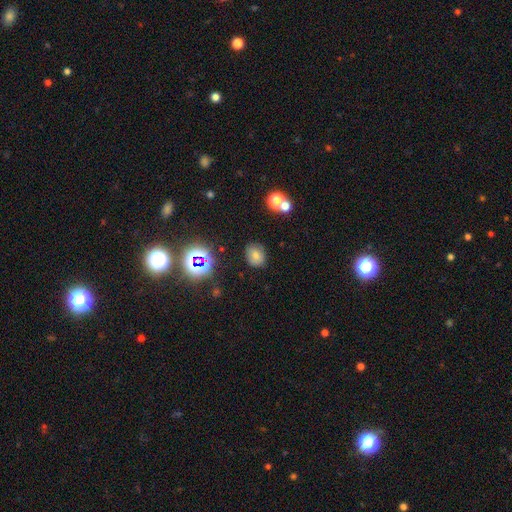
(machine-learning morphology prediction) Smooth or featured?
  - smooth: 58% *
  - star or artifact: 28%
  - featured or disk: 14%
How rounded?
  - round: 52% *
  - in between: 47%
  - cigar-shaped: 1%
Merging?
  - none: 81% *
  - minor disturbance: 12%
  - major disturbance: 4%
  - merger: 3%